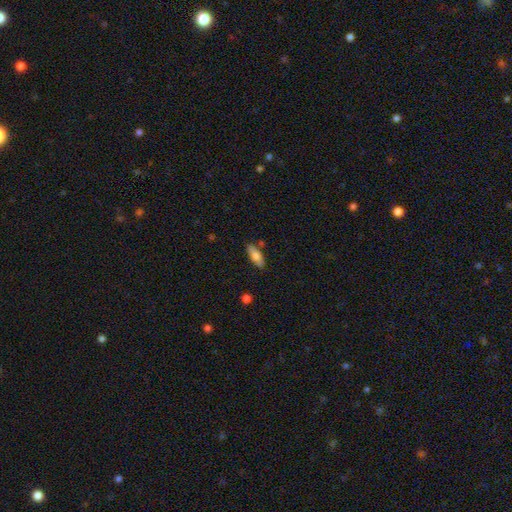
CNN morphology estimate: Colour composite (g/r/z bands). It shows a smooth galaxy with no disk features (74%) that is in between round and cigar-shaped (69%). Merging: none (82%).